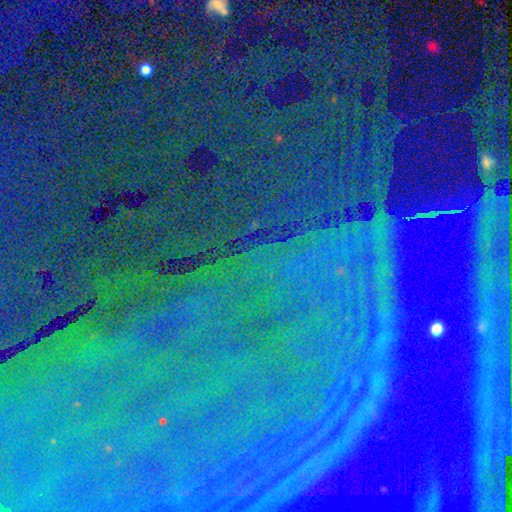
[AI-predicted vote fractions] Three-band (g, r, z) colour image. It shows a star or artifact, not a galaxy (87%).